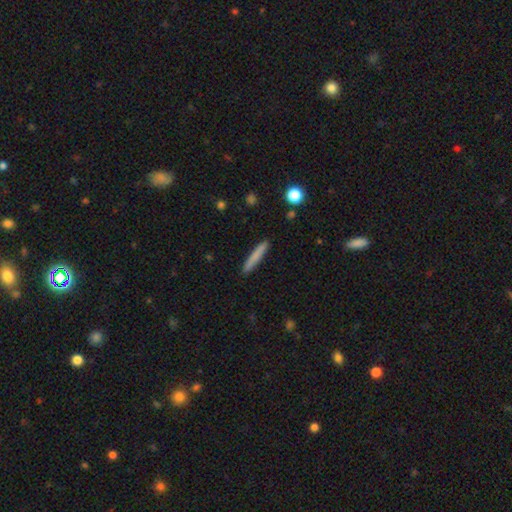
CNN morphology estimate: smooth 79%, featured or disk 15%, star or artifact 6%. Down the decision tree: how rounded — cigar-shaped (95%); merging — none (90%).